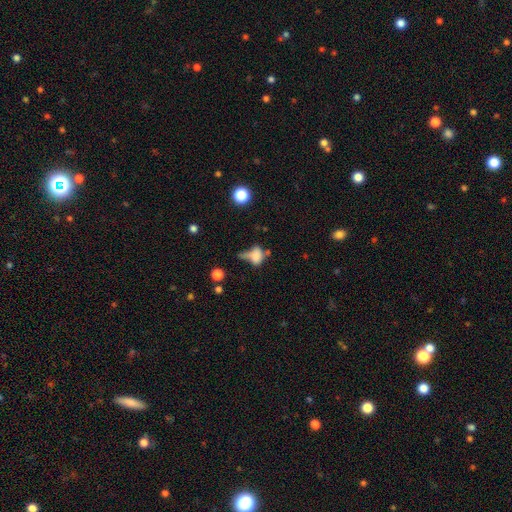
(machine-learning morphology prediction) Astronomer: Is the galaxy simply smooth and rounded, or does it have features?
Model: smooth — 63%.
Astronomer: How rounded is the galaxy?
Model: in between — 66%.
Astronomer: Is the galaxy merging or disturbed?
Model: major disturbance — 30% (runner-up: minor disturbance, 25%).